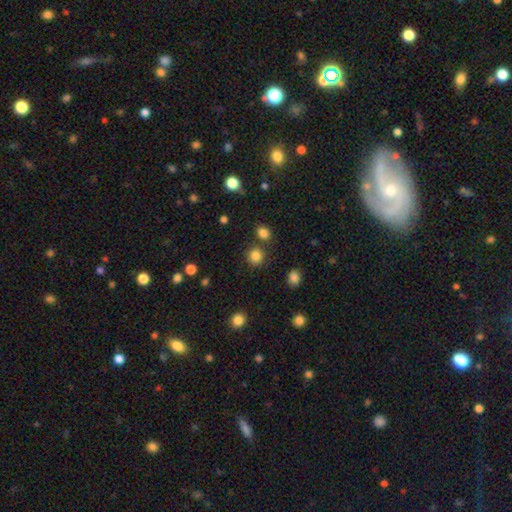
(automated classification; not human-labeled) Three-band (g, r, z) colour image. It shows a smooth galaxy with no disk features (83%) that is round (88%). Merging: none (81%).